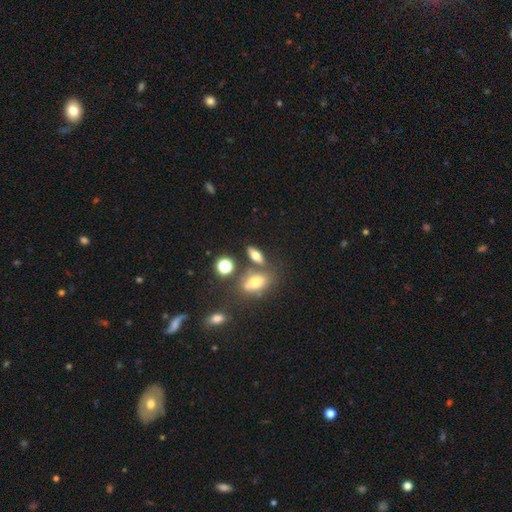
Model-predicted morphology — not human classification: smooth_or_featured: smooth (p=0.66) [alt: featured or disk p=0.22]
how_rounded: in between (p=0.67) [alt: cigar-shaped p=0.23]
merging: none (p=0.65) [alt: merger p=0.18]